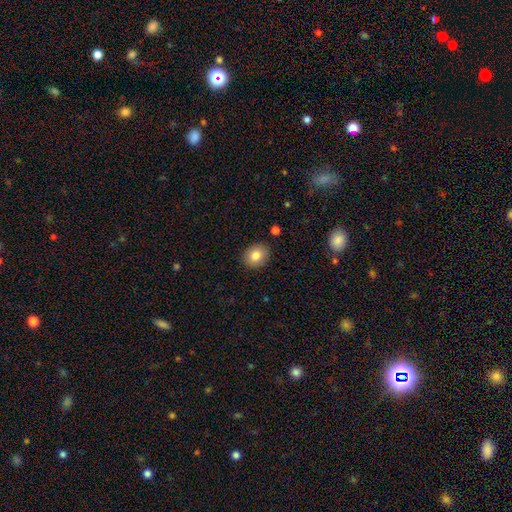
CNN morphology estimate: A smooth galaxy with no disk features (82%) that is round (59%).

Vote fractions:
- Smooth or featured? smooth: 82% / featured or disk: 9% / star or artifact: 9%
- How rounded? round: 59% / in between: 41% / cigar-shaped: 1%
- Merging? none: 88% / minor disturbance: 9% / major disturbance: 2% / merger: 2%